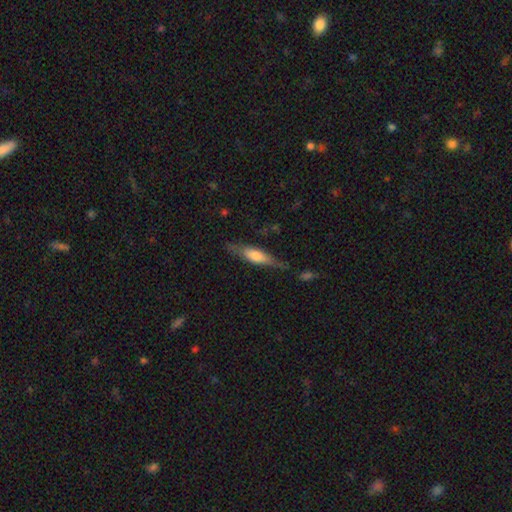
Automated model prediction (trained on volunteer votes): Overall: smooth (52%; featured or disk 42%). How rounded: cigar-shaped (66%; in between 32%). Merging: none (65%).